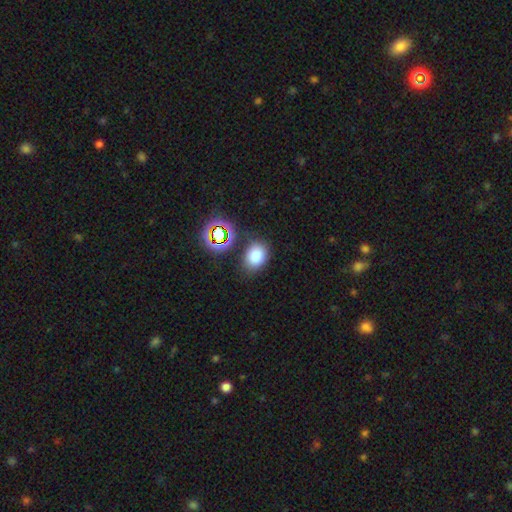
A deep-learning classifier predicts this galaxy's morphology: This appears to be a smooth galaxy with no disk features (76%) that is in between round and cigar-shaped (65%). Merging: none (75%).